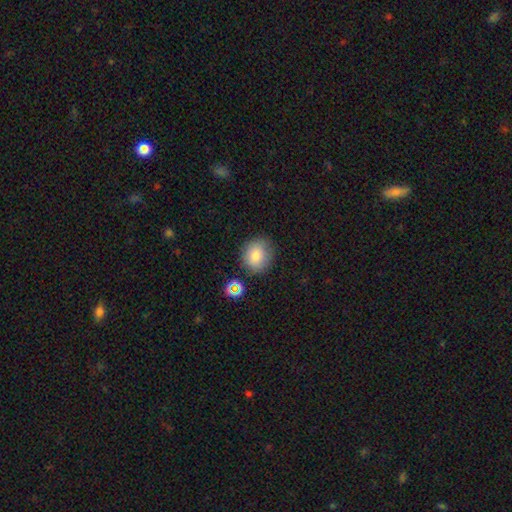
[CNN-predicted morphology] A smooth galaxy with no disk features (82%) that is round (78%). Merging: none (80%).